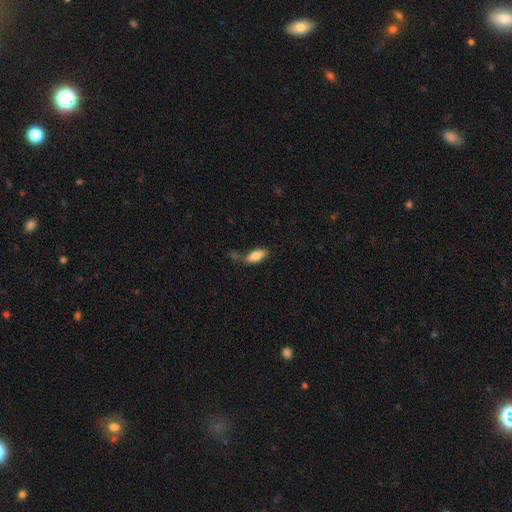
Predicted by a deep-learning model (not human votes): smooth-or-featured: smooth: 80% | featured or disk: 13% | star or artifact: 7%
  how-rounded: in between: 82% | cigar-shaped: 16% | round: 2%
  merging: none: 61% | minor disturbance: 21% | merger: 12% | major disturbance: 6%